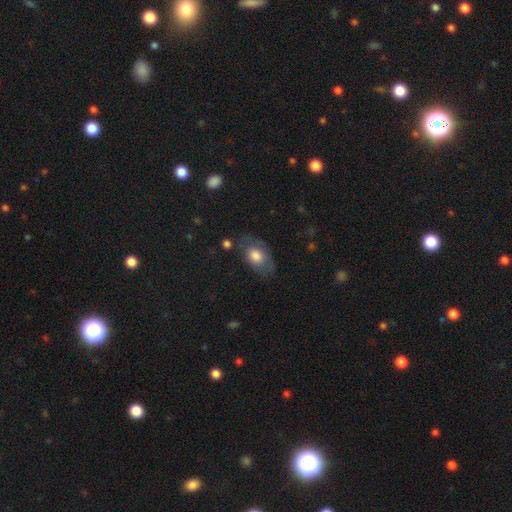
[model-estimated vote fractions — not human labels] This is likely a smooth galaxy (72%). How rounded: clearly in between (87%). Merging: likely none (61%).